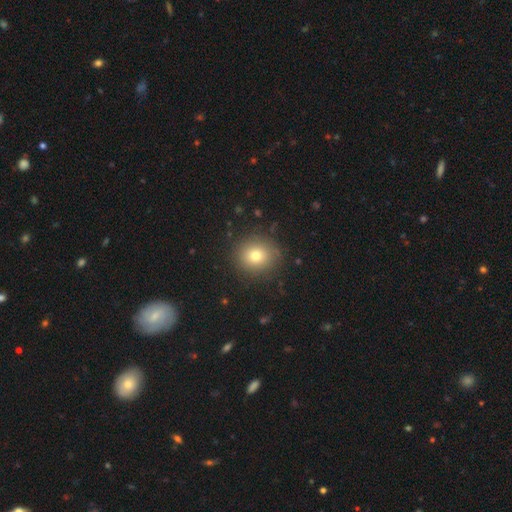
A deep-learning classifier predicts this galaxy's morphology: Overall: smooth (76%). How rounded: round (89%). Merging: none (88%).